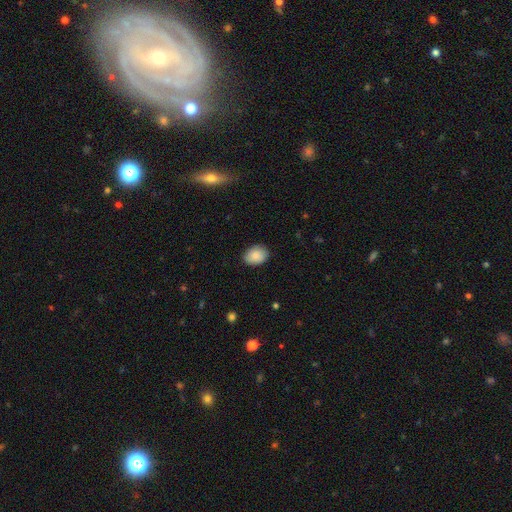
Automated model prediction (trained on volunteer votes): smooth_or_featured: smooth (p=0.89) [alt: star or artifact p=0.07]
how_rounded: in between (p=0.69) [alt: round p=0.30]
merging: none (p=0.85) [alt: minor disturbance p=0.11]